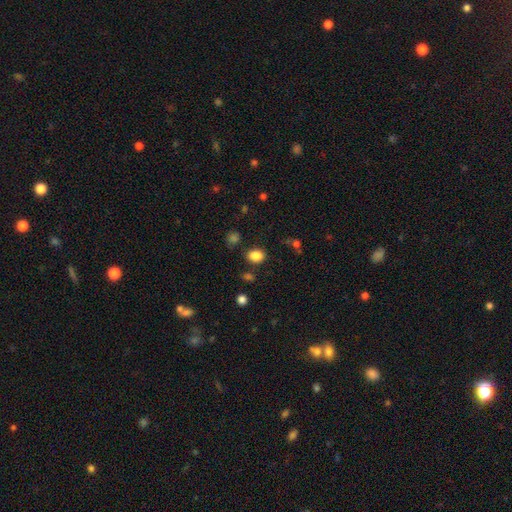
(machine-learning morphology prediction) A smooth galaxy with no disk features (85%) that is in between round and cigar-shaped (65%).

Vote fractions:
- Smooth or featured? smooth: 85% / star or artifact: 11% / featured or disk: 4%
- How rounded? in between: 65% / round: 34% / cigar-shaped: 1%
- Merging? none: 81% / minor disturbance: 11% / merger: 4% / major disturbance: 4%